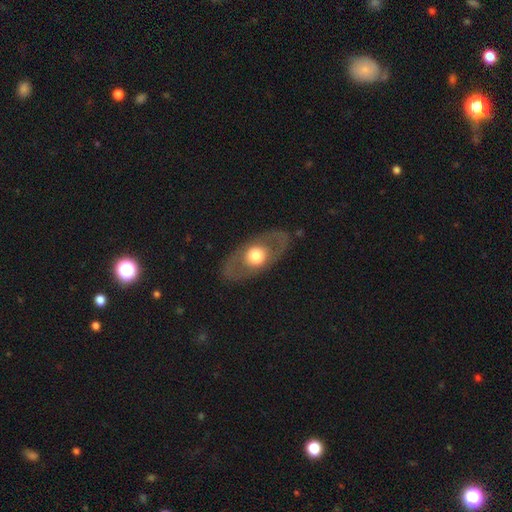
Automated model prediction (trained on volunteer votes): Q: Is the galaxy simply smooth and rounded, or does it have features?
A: featured or disk — 53%.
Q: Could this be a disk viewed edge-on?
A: no — 83%.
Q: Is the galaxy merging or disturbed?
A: none — 83%.